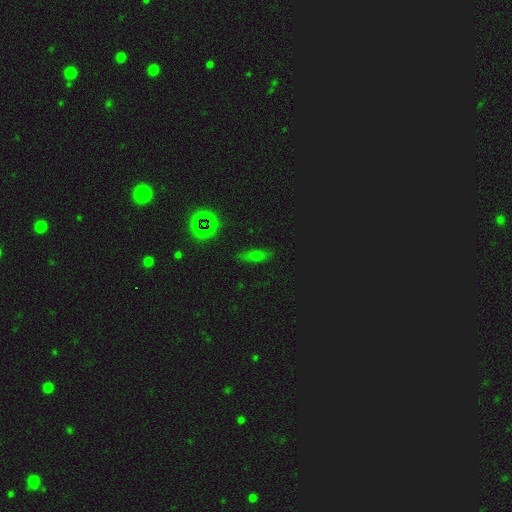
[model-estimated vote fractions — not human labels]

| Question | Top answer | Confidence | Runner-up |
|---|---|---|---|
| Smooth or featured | smooth | 58% | star or artifact (28%) |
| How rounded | in between | 56% | cigar-shaped (36%) |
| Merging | none | 80% | minor disturbance (14%) |